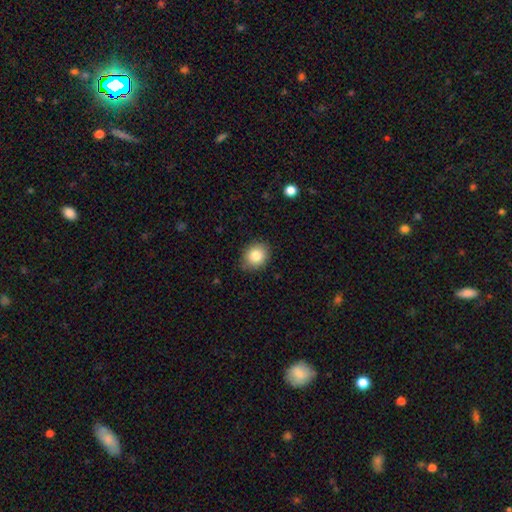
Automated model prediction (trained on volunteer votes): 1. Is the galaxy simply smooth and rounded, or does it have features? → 84% smooth, 9% star or artifact, 7% featured or disk.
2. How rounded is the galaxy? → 64% round, 35% in between, 1% cigar-shaped.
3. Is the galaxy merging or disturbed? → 86% none, 11% minor disturbance, 2% major disturbance, 1% merger.